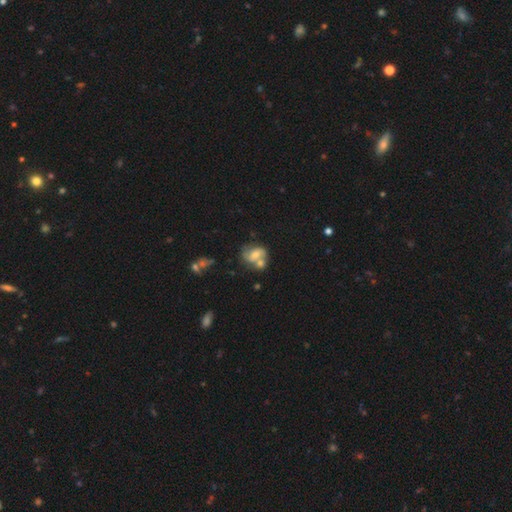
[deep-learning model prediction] smooth_or_featured: featured or disk (p=0.49) [alt: smooth p=0.42]
merging: merger (p=0.40) [alt: none p=0.37]